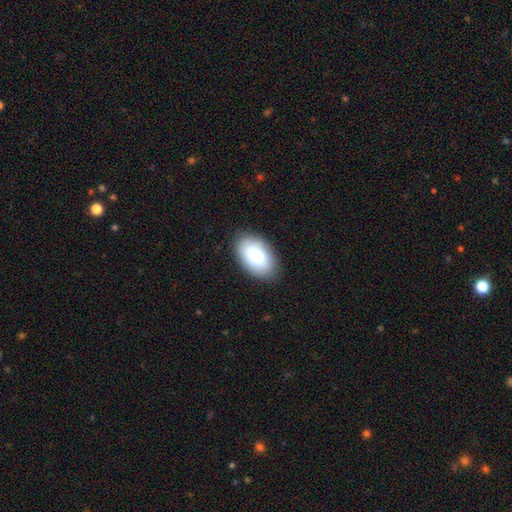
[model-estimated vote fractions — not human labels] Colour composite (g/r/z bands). It shows a smooth galaxy with no disk features (79%) that is in between round and cigar-shaped (93%). Merging: none (87%).